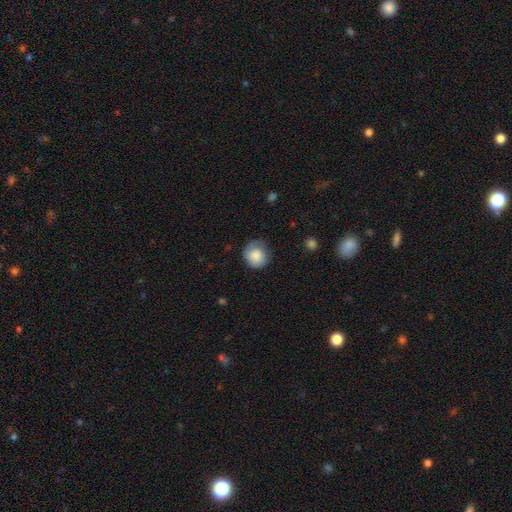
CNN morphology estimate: Overall: smooth (82%). How rounded: round (85%). Merging: none (63%; minor disturbance 27%).